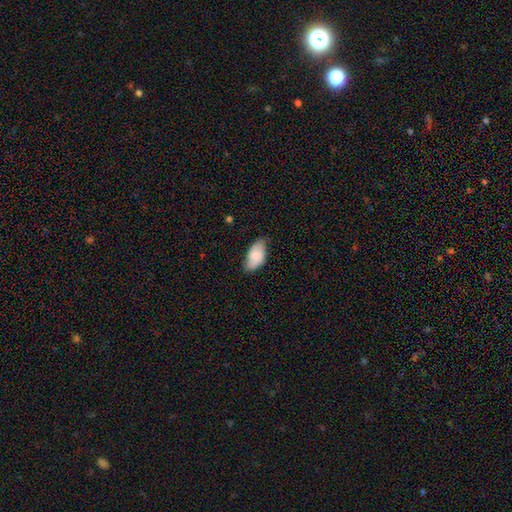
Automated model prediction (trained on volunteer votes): This is likely a smooth galaxy (79%). How rounded: clearly in between (95%). Merging: likely none (66%).